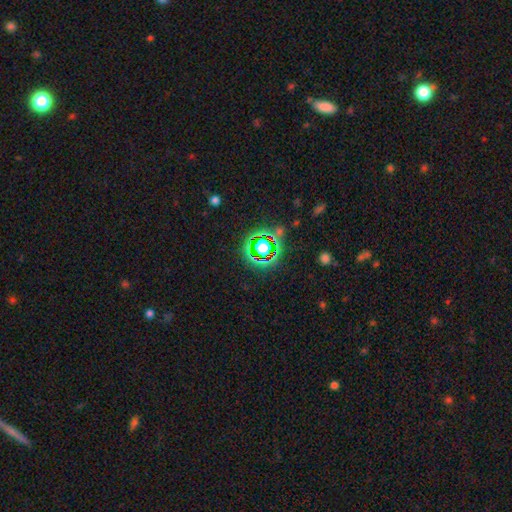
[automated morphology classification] This appears to be a star or artifact, not a galaxy (74%).